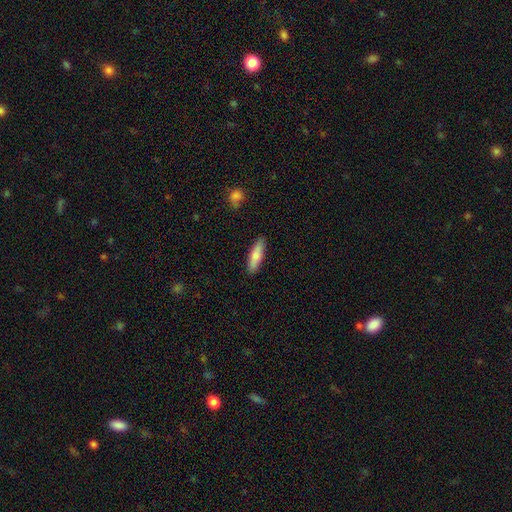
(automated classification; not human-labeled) Overall: smooth (75%). How rounded: cigar-shaped (62%; in between 36%). Merging: none (89%).